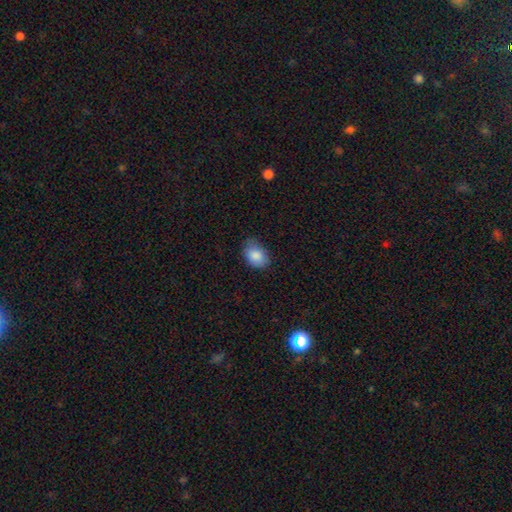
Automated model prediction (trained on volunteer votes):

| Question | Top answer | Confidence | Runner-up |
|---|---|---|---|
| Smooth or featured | smooth | 87% | star or artifact (7%) |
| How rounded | in between | 79% | round (20%) |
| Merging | none | 72% | minor disturbance (23%) |